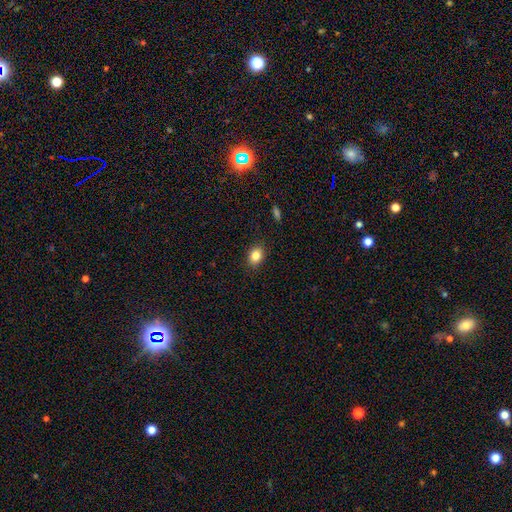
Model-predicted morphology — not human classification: smooth-or-featured: smooth: 83% | star or artifact: 10% | featured or disk: 7%
  how-rounded: in between: 64% | round: 34% | cigar-shaped: 1%
  merging: none: 88% | minor disturbance: 9% | major disturbance: 2% | merger: 1%